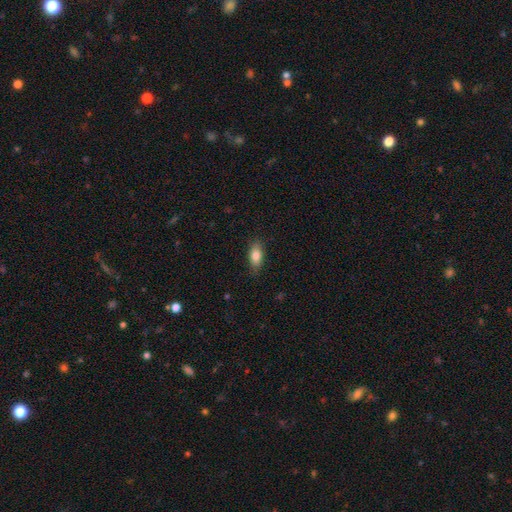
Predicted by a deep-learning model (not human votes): Q: Smooth or featured?
A: smooth (79%); runner-up: featured or disk (13%)
Q: How rounded?
A: in between (82%); runner-up: cigar-shaped (14%)
Q: Merging?
A: none (84%); runner-up: minor disturbance (13%)